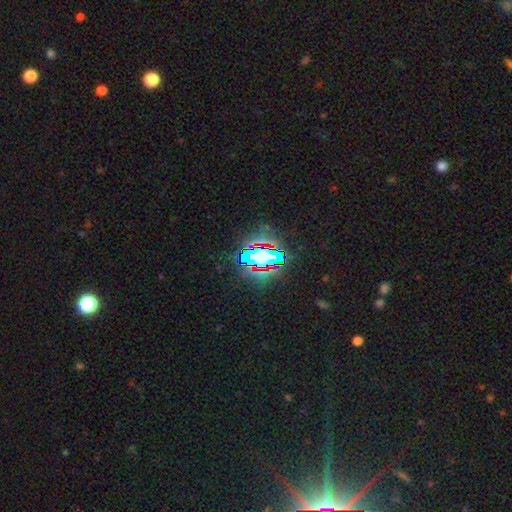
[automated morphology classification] Smooth or featured? star or artifact (66%)